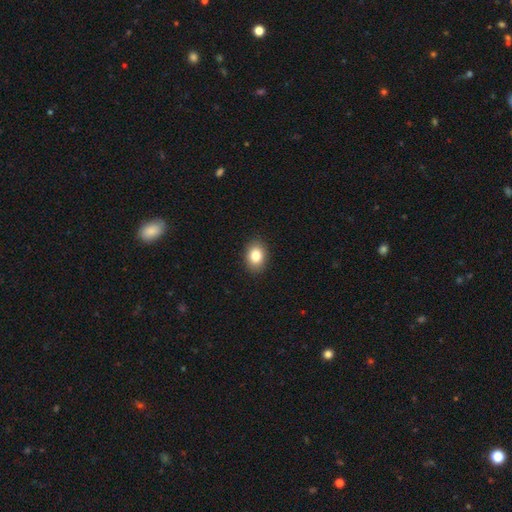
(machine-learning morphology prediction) Smooth or featured? smooth (84%)
How rounded? in between (73%)
Merging? none (89%)